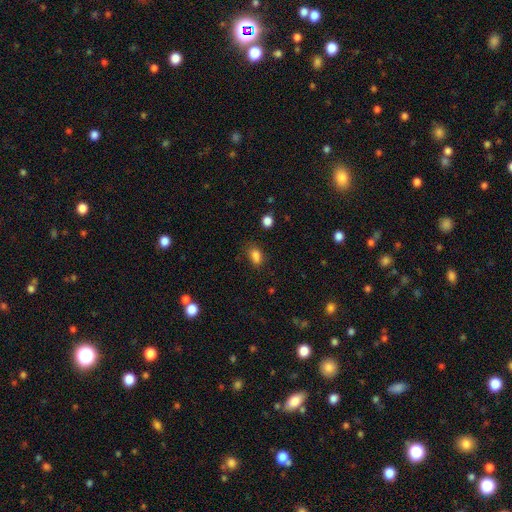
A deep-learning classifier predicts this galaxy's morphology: Q: Smooth or featured?
A: smooth (83%); runner-up: star or artifact (12%)
Q: How rounded?
A: in between (81%); runner-up: round (17%)
Q: Merging?
A: none (70%); runner-up: minor disturbance (21%)